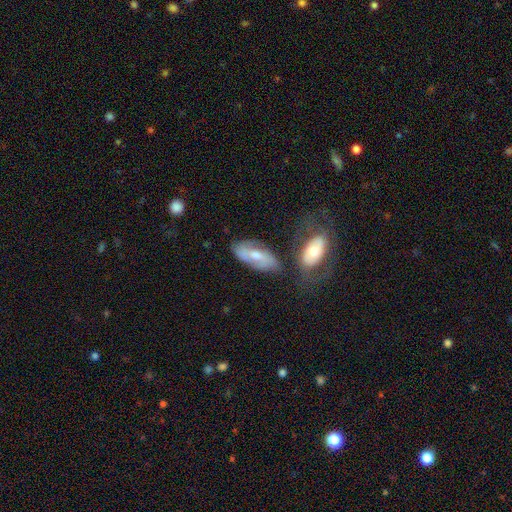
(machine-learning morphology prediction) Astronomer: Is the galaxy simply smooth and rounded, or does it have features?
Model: featured or disk — 49% (runner-up: smooth, 44%).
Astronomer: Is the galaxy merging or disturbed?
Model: none — 57%.